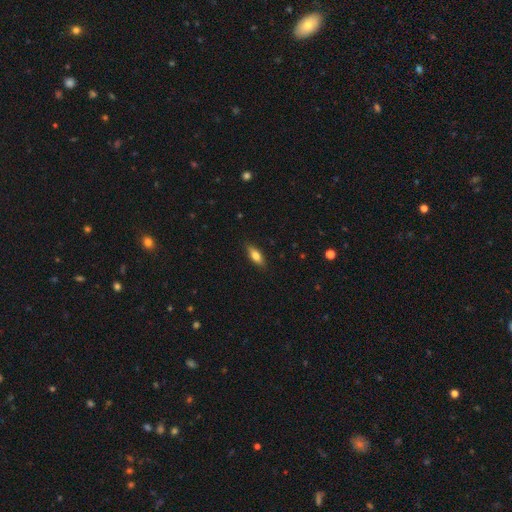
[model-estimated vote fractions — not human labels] A smooth galaxy with no disk features (74%) that is in between round and cigar-shaped (72%). Merging: none (85%).